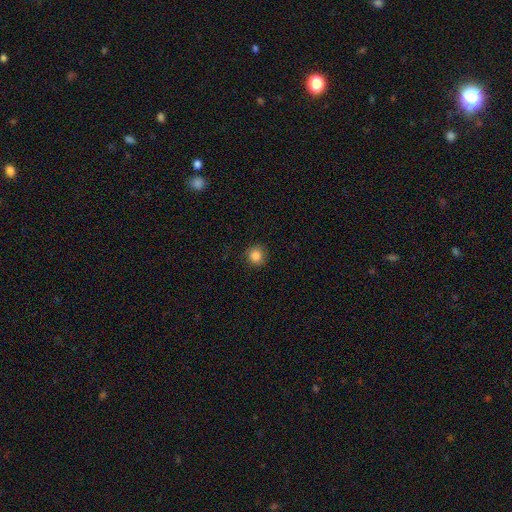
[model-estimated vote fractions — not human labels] The model was most divided on "smooth or featured": smooth: 84%, star or artifact: 11%, featured or disk: 5%. More confident: how rounded — round (91%); merging — none (87%).